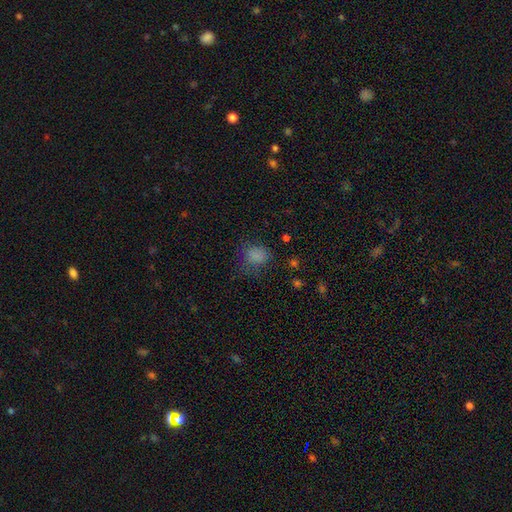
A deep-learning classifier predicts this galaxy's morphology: Smooth or featured: smooth — 80% (star or artifact — 15%)
How rounded: round — 60% (in between — 39%)
Merging: none — 65% (minor disturbance — 22%)